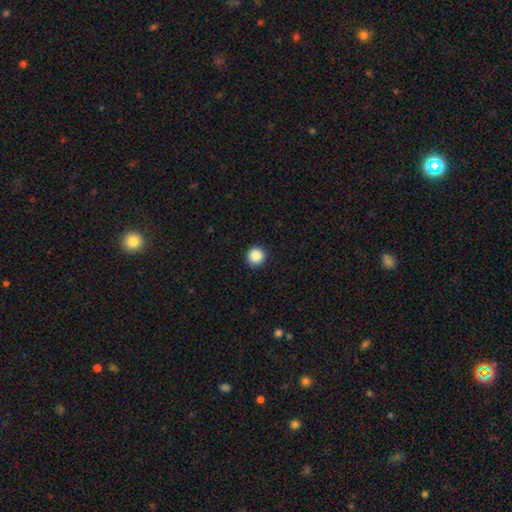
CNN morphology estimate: smooth-or-featured: smooth: 88% | star or artifact: 9% | featured or disk: 3%
  how-rounded: round: 95% | in between: 4% | cigar-shaped: 1%
  merging: none: 93% | minor disturbance: 4% | major disturbance: 2% | merger: 1%